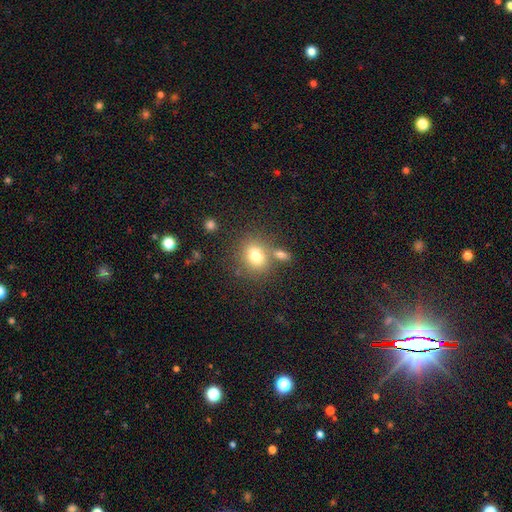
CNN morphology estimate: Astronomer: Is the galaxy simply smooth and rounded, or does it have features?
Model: smooth — 78%.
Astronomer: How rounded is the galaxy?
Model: round — 54% (runner-up: in between, 44%).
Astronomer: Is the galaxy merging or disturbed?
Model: none — 63%.